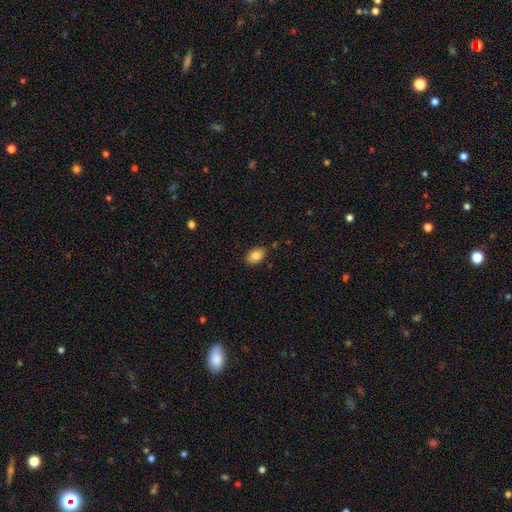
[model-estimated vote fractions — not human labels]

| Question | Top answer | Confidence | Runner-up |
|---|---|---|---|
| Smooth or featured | smooth | 85% | star or artifact (8%) |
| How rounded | in between | 89% | round (10%) |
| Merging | none | 85% | minor disturbance (11%) |